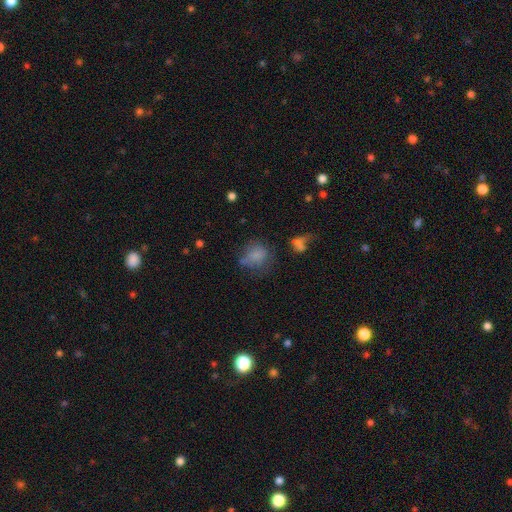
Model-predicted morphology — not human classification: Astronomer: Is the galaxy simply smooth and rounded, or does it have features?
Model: smooth — 69%.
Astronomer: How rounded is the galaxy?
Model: round — 54% (runner-up: in between, 45%).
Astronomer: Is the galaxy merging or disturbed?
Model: none — 42% (runner-up: minor disturbance, 26%).